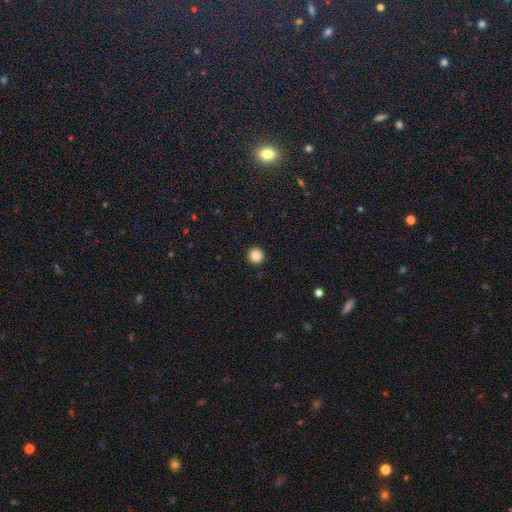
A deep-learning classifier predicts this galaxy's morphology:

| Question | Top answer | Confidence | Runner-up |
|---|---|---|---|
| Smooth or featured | smooth | 86% | star or artifact (11%) |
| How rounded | round | 96% | in between (3%) |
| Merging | none | 94% | minor disturbance (4%) |